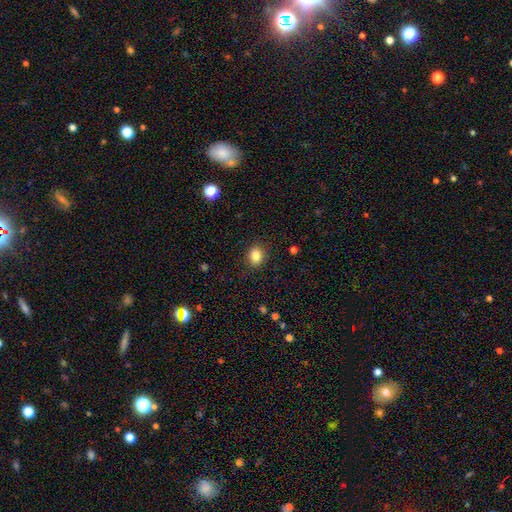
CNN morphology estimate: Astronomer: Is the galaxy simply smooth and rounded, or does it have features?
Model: smooth — 85%.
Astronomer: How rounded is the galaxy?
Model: round — 52% (runner-up: in between, 47%).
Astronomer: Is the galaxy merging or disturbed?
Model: none — 88%.